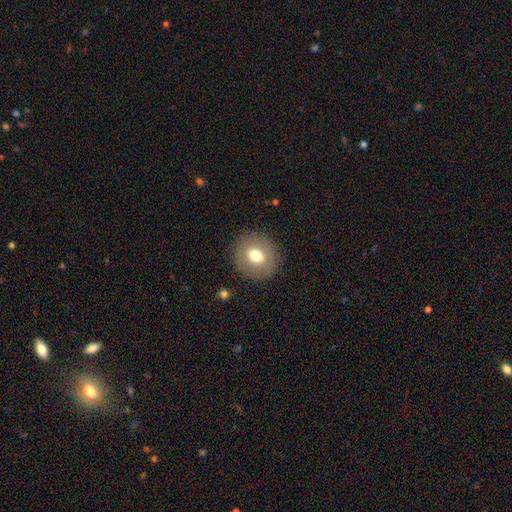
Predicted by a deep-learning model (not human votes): Overall: smooth (70%). How rounded: round (87%). Merging: none (89%).